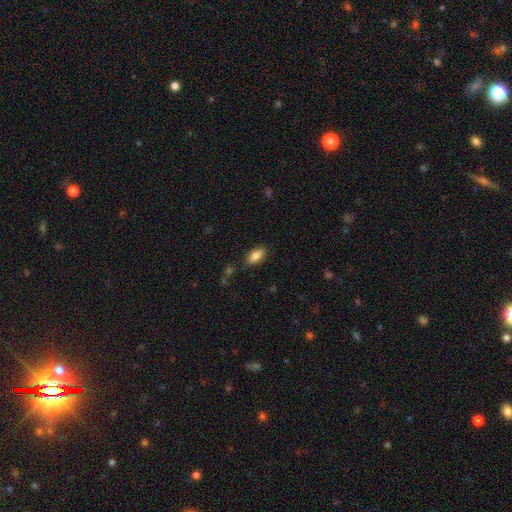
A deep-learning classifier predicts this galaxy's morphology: Smooth or featured? smooth (84%)
How rounded? in between (91%)
Merging? none (82%)